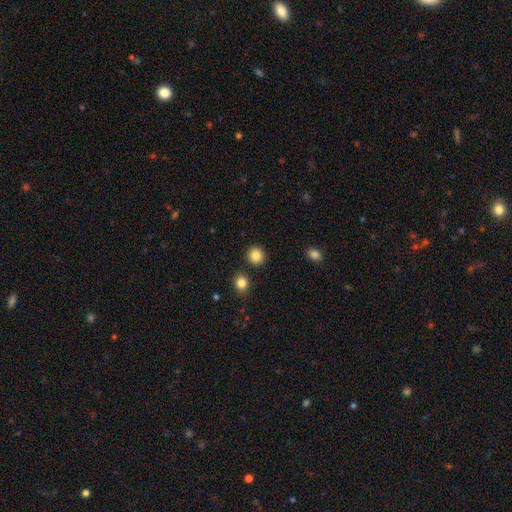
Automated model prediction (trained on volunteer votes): Smooth or featured? Predicted: smooth (p=0.86). How rounded? Predicted: round (p=0.89). Merging? Predicted: none (p=0.88).